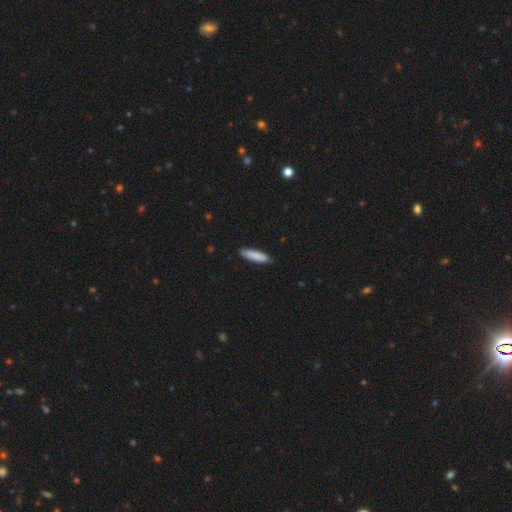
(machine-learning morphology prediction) Smooth or featured: smooth — 86% (featured or disk — 9%)
How rounded: cigar-shaped — 70% (in between — 28%)
Merging: none — 87% (minor disturbance — 10%)